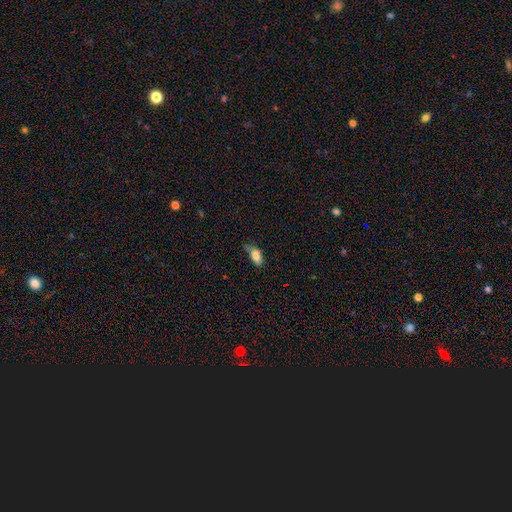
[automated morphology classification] Smooth or featured? Predicted: smooth (p=0.80). How rounded? Predicted: in between (p=0.85). Merging? Predicted: none (p=0.42).